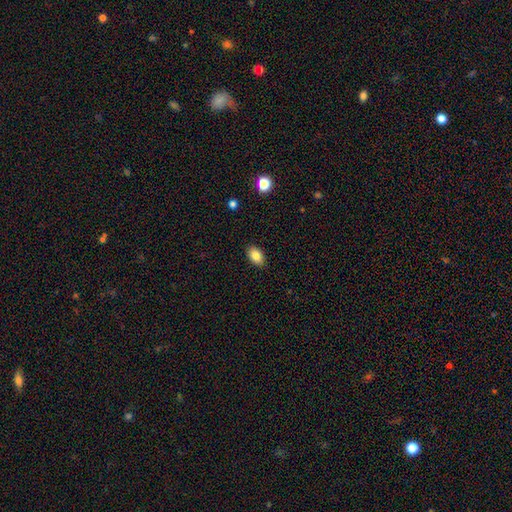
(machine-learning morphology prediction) This is clearly a smooth galaxy (85%). How rounded: clearly in between (89%). Merging: clearly none (89%).